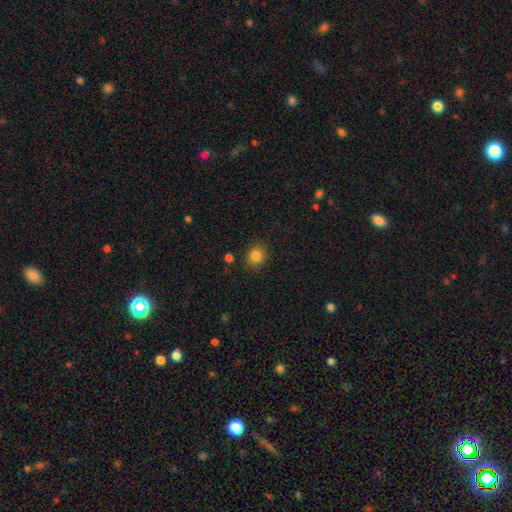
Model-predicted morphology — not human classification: Smooth or featured?
  - smooth: 84% *
  - star or artifact: 11%
  - featured or disk: 5%
How rounded?
  - round: 76% *
  - in between: 23%
  - cigar-shaped: 1%
Merging?
  - none: 87% *
  - minor disturbance: 9%
  - major disturbance: 3%
  - merger: 2%